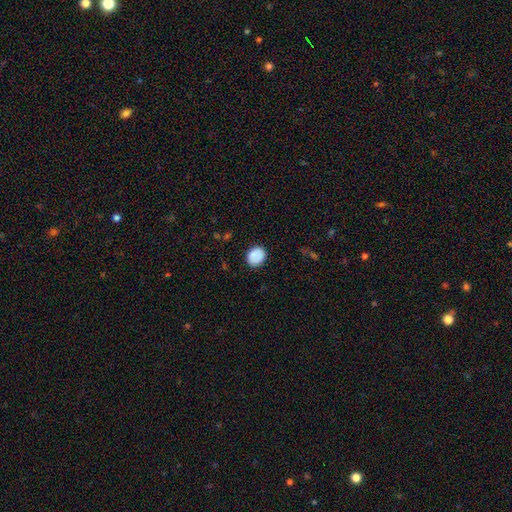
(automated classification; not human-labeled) Q: Smooth or featured?
A: smooth (85%); runner-up: star or artifact (8%)
Q: How rounded?
A: round (54%); runner-up: in between (45%)
Q: Merging?
A: none (83%); runner-up: minor disturbance (13%)